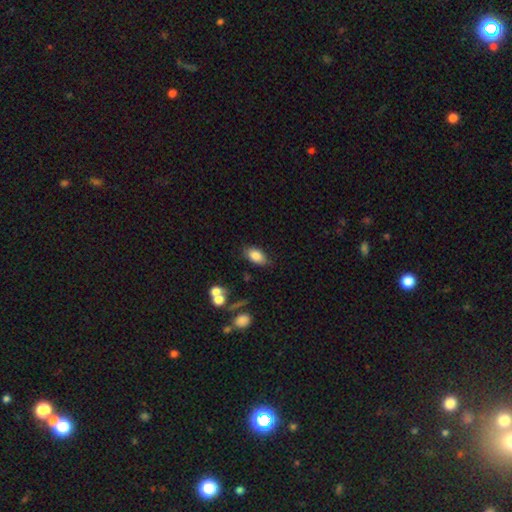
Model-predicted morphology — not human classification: Smooth or featured? smooth (82%)
How rounded? in between (91%)
Merging? none (76%)